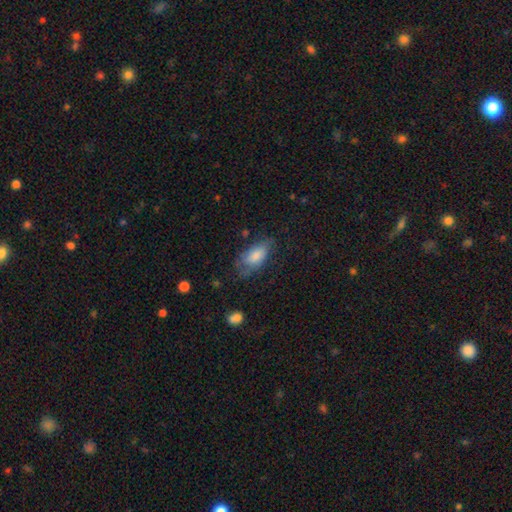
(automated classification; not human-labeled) smooth 71%, featured or disk 21%, star or artifact 8%. Down the decision tree: how rounded — in between (88%); merging — none (54%).